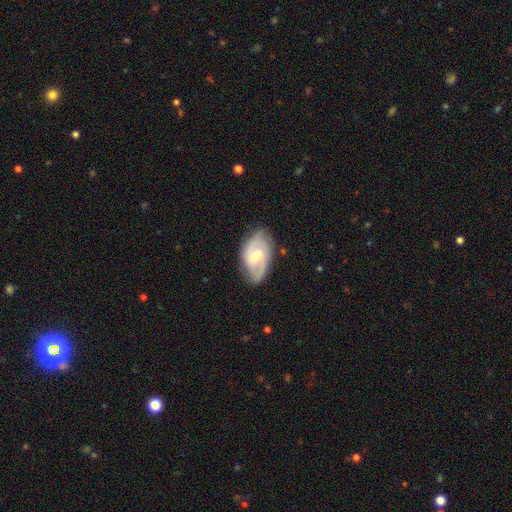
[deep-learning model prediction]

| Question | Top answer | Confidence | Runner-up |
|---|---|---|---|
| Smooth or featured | featured or disk | 71% | smooth (23%) |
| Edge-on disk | no | 95% | yes (5%) |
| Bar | weak | 54% | no (34%) |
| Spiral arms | yes | 90% | no (10%) |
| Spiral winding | medium | 48% | tight (34%) |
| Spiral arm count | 2 | 75% | can't tell (13%) |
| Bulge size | moderate | 53% | small (41%) |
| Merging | none | 77% | minor disturbance (17%) |